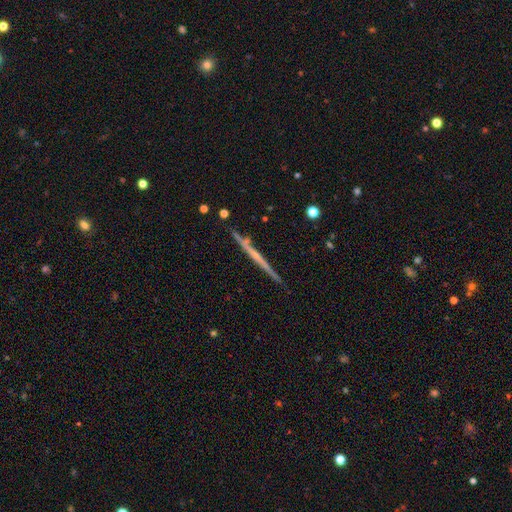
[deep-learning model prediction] smooth-or-featured: featured or disk: 68% | smooth: 26% | star or artifact: 6%
  disk-edge-on: yes: 97% | no: 3%
    edge-on-bulge: none: 75% | rounded: 20% | boxy: 5%
  merging: none: 85% | minor disturbance: 10% | merger: 3% | major disturbance: 2%